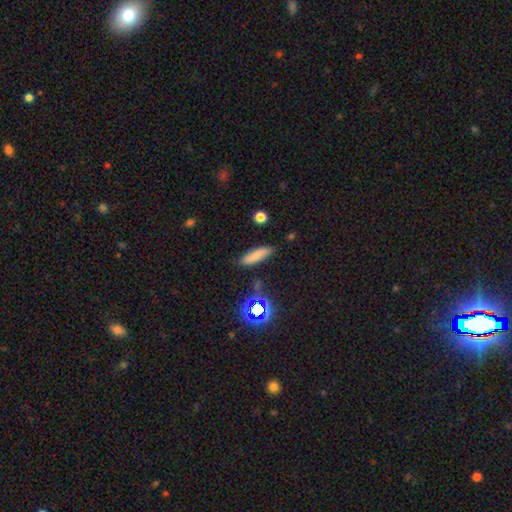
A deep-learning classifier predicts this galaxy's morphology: smooth 76%, star or artifact 13%, featured or disk 11%. Down the decision tree: how rounded — cigar-shaped (61%); merging — none (83%).